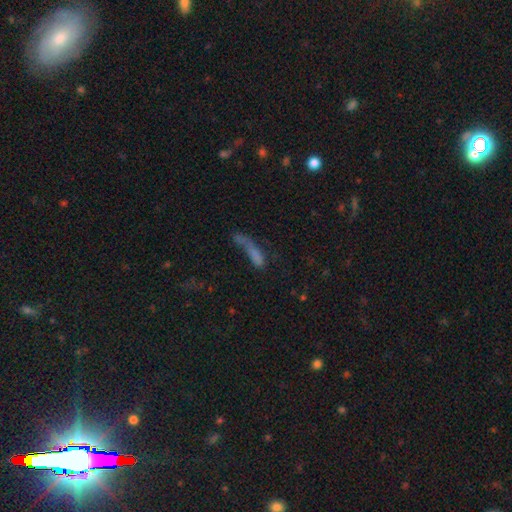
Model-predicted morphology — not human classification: This is likely a smooth galaxy (61%). How rounded: likely cigar-shaped (69%). Merging: marginally none (31%).